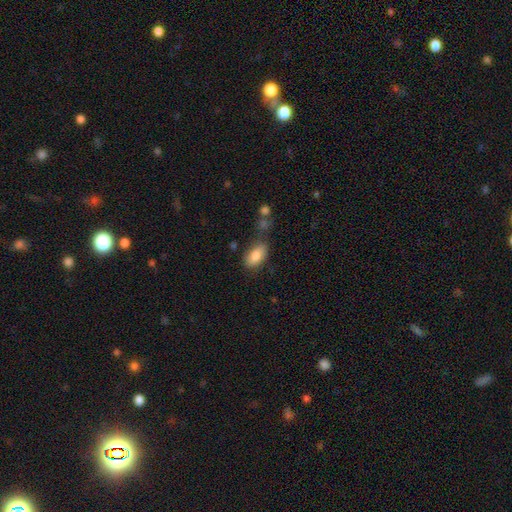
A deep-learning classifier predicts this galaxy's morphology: Smooth or featured?
  - smooth: 83% *
  - featured or disk: 10%
  - star or artifact: 7%
How rounded?
  - in between: 92% *
  - round: 5%
  - cigar-shaped: 3%
Merging?
  - none: 69% *
  - minor disturbance: 19%
  - merger: 7%
  - major disturbance: 6%